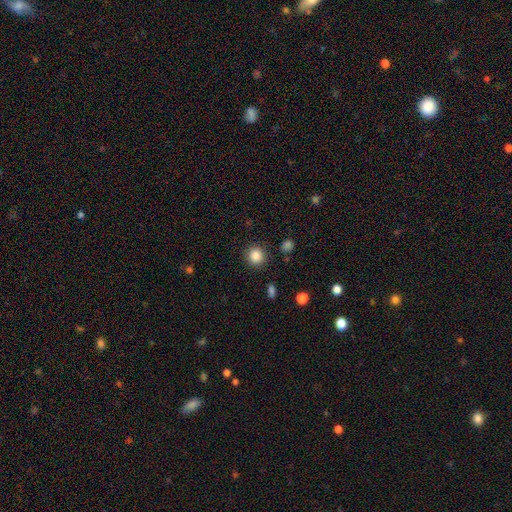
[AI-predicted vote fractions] Morphology: type=smooth (85%); roundness=round (92%); merging=none (90%).